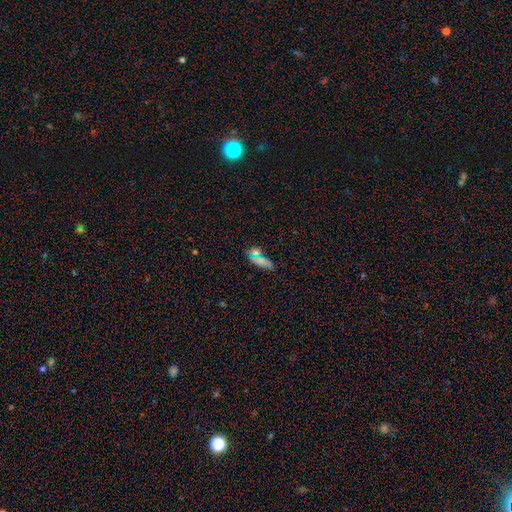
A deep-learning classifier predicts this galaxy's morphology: smooth 48%, star or artifact 30%, featured or disk 22%. Down the decision tree: merging — none (60%).